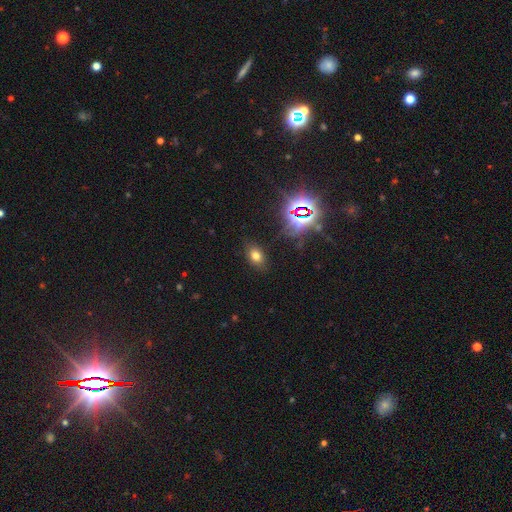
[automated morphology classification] Smooth or featured? smooth (67%)
How rounded? in between (80%)
Merging? none (82%)